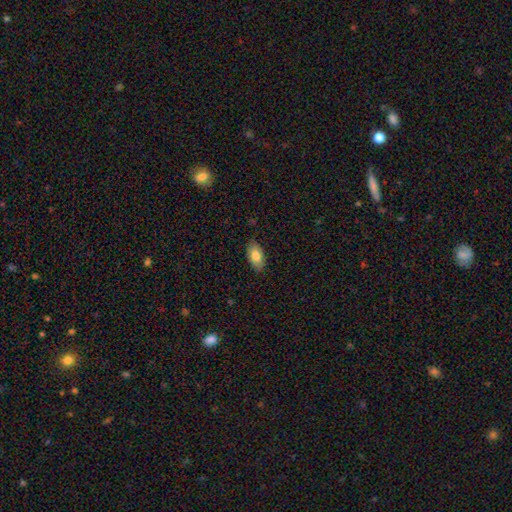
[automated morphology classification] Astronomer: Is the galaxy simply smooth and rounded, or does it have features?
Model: smooth — 80%.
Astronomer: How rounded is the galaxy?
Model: in between — 93%.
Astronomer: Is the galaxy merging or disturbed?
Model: none — 86%.